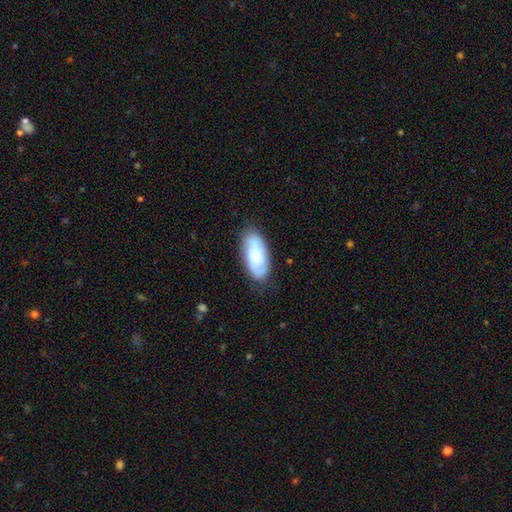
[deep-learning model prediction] Morphology: type=smooth (56%); roundness=in between (89%); merging=none (75%).